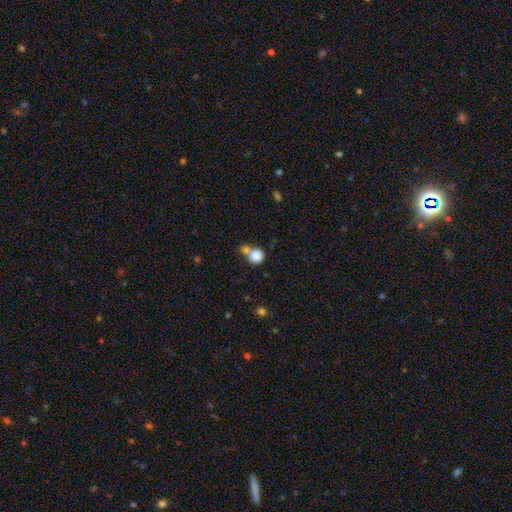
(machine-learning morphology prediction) This appears to be a smooth galaxy with no disk features (84%) that is round (88%). Merging: none (45%).